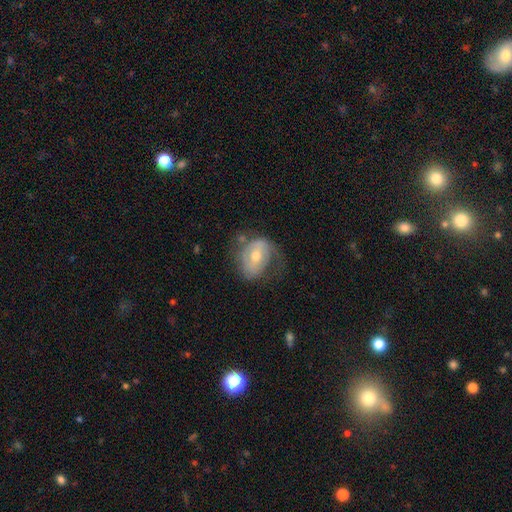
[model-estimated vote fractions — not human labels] A featured or disk galaxy (57%) with no bar (46%), spiral arms (68%) and a moderate central bulge (66%).

Vote fractions:
- Smooth or featured? featured or disk: 57% / smooth: 36% / star or artifact: 7%
- Edge-on disk? no: 95% / yes: 5%
- Bar? no: 46% / weak: 38% / strong: 16%
- Spiral arms? yes: 68% / no: 32%
- Bulge size? moderate: 66% / small: 28% / large: 4% / none: 1% / dominant: 1%
- Merging? none: 43% / minor disturbance: 29% / major disturbance: 25% / merger: 3%